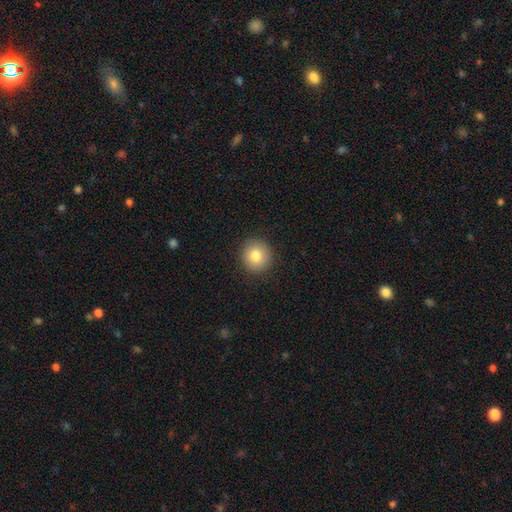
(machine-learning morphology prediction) Q: Smooth or featured?
A: smooth (81%); runner-up: star or artifact (10%)
Q: How rounded?
A: round (92%); runner-up: in between (7%)
Q: Merging?
A: none (91%); runner-up: minor disturbance (6%)